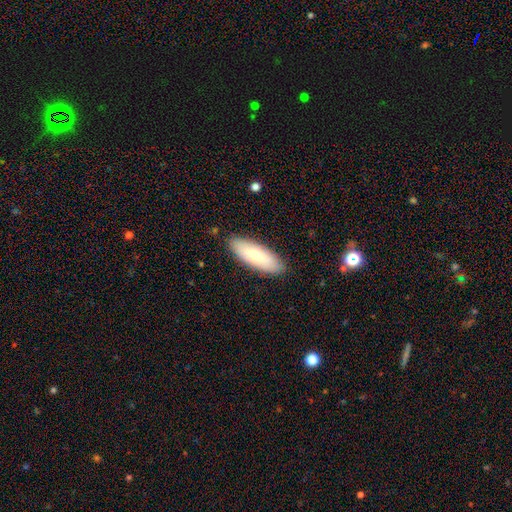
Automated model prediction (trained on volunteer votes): A smooth galaxy with no disk features (67%) that is in between round and cigar-shaped (66%).

Vote fractions:
- Smooth or featured? smooth: 67% / featured or disk: 27% / star or artifact: 6%
- How rounded? in between: 66% / cigar-shaped: 32% / round: 2%
- Merging? none: 88% / minor disturbance: 9% / major disturbance: 2% / merger: 1%